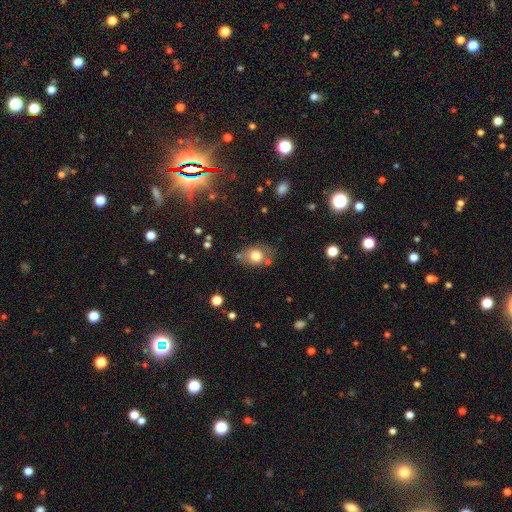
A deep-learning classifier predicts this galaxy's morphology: This is likely a smooth galaxy (77%). How rounded: possibly in between (56%). Merging: likely none (67%).